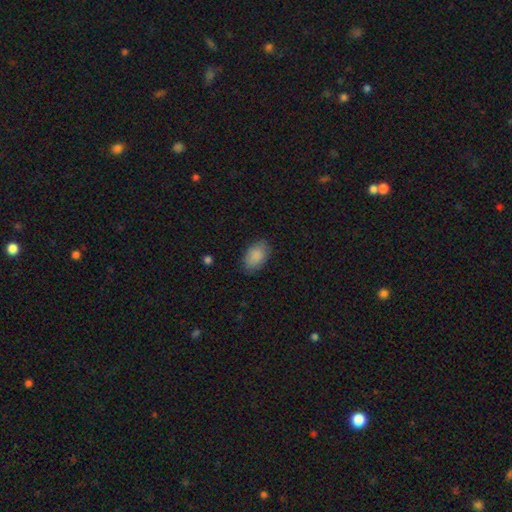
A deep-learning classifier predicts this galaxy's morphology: This appears to be a smooth galaxy with no disk features (88%) that is in between round and cigar-shaped (91%). Merging: none (83%).